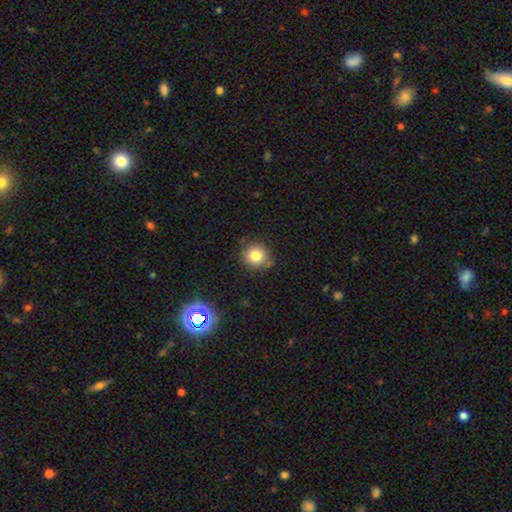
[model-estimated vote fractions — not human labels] Smooth or featured? Predicted: smooth (p=0.80). How rounded? Predicted: round (p=0.91). Merging? Predicted: none (p=0.80).